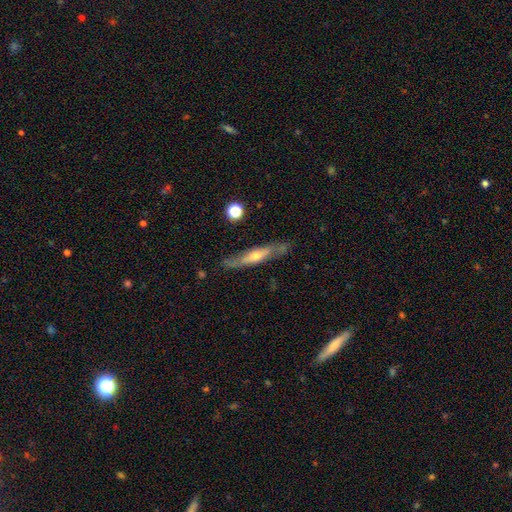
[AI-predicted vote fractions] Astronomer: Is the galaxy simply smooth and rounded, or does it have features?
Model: featured or disk — 61%.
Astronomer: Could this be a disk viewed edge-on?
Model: yes — 80%.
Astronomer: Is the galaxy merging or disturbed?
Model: none — 79%.